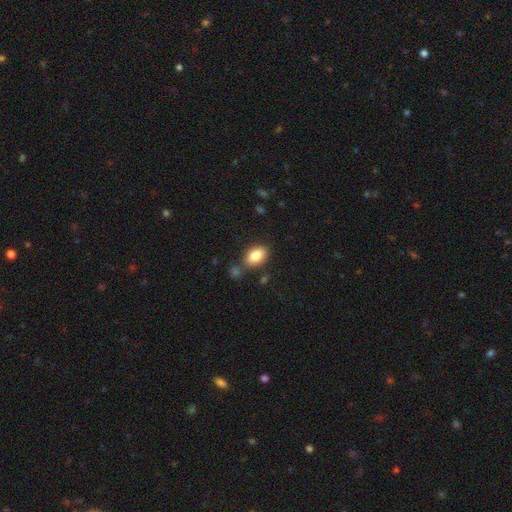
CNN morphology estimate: Smooth or featured? smooth (85%)
How rounded? in between (89%)
Merging? none (77%)